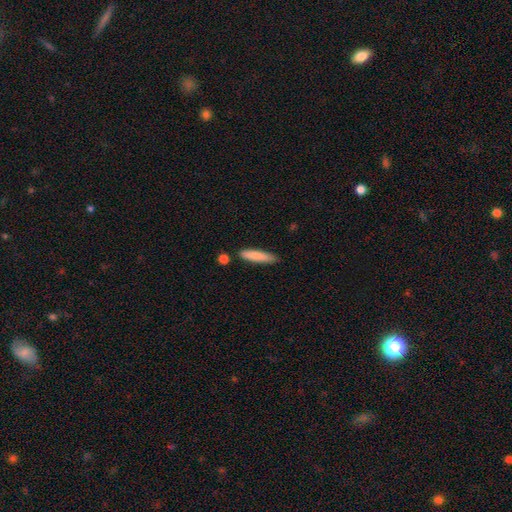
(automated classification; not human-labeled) A smooth galaxy with no disk features (82%) that is cigar-shaped (83%).

Vote fractions:
- Smooth or featured? smooth: 82% / featured or disk: 12% / star or artifact: 6%
- How rounded? cigar-shaped: 83% / in between: 16% / round: 1%
- Merging? none: 80% / minor disturbance: 14% / merger: 4% / major disturbance: 3%